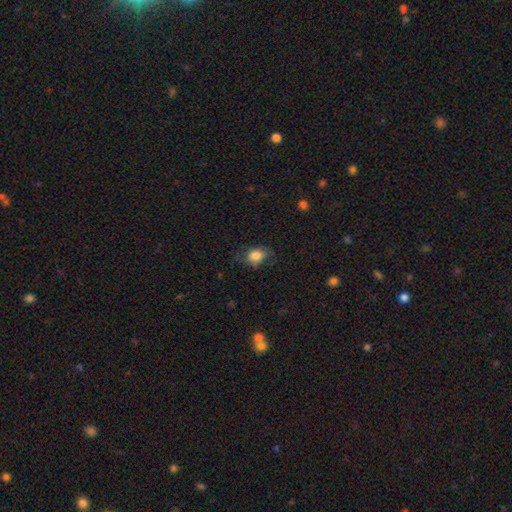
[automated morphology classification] The model was most divided on "merging": none: 64%, minor disturbance: 24%, major disturbance: 10%, merger: 1%. More confident: smooth or featured — smooth (82%); how rounded — in between (77%).